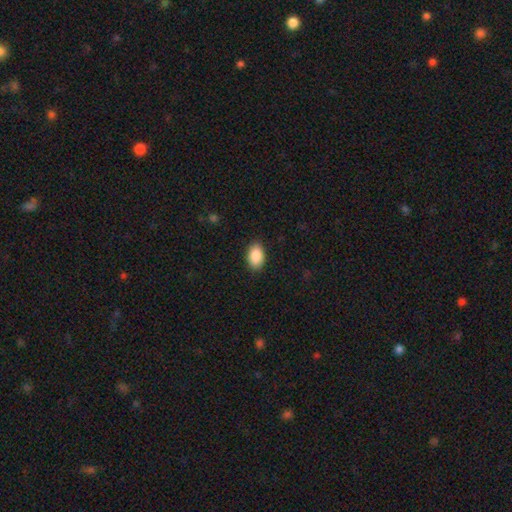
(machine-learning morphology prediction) Q: Smooth or featured?
A: smooth (89%); runner-up: star or artifact (7%)
Q: How rounded?
A: in between (90%); runner-up: round (9%)
Q: Merging?
A: none (88%); runner-up: minor disturbance (9%)